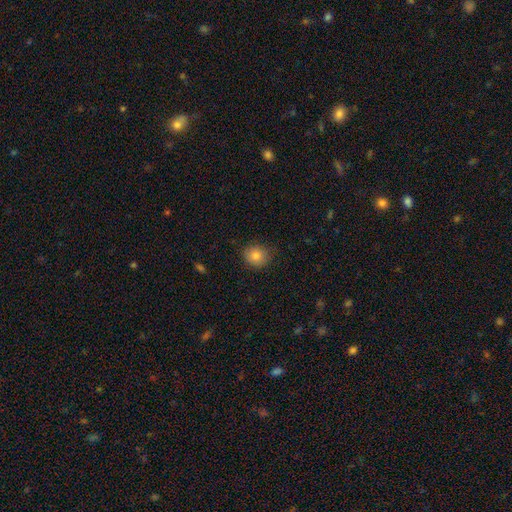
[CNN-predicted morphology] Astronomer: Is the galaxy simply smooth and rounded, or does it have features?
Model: smooth — 82%.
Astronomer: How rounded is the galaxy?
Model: round — 82%.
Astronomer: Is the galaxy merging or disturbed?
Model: none — 84%.